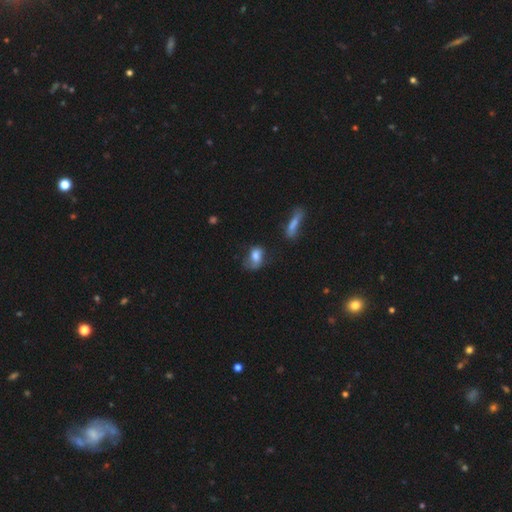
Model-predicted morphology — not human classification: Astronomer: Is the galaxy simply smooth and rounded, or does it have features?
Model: smooth — 68%.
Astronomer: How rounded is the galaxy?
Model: in between — 76%.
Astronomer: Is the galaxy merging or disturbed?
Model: none — 32% (runner-up: major disturbance, 31%).